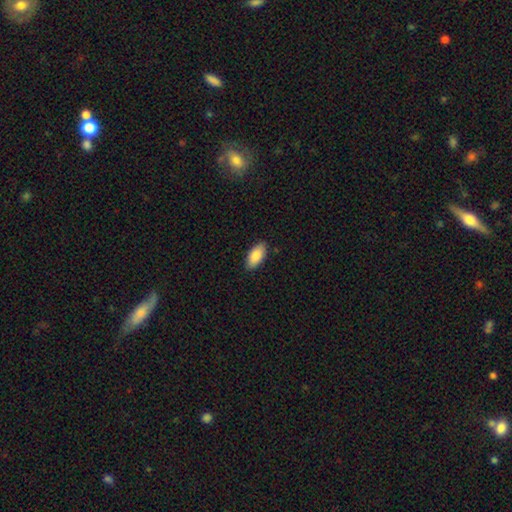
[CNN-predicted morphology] A smooth galaxy with no disk features (87%) that is in between round and cigar-shaped (92%). Merging: none (88%).